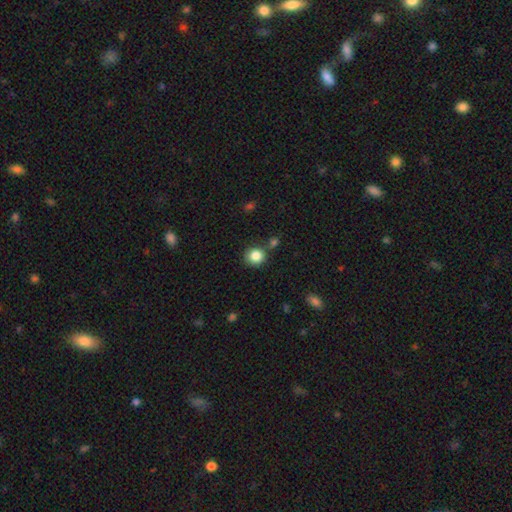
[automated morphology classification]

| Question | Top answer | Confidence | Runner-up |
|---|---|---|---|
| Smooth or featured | smooth | 85% | star or artifact (10%) |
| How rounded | round | 89% | in between (10%) |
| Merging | none | 78% | minor disturbance (10%) |